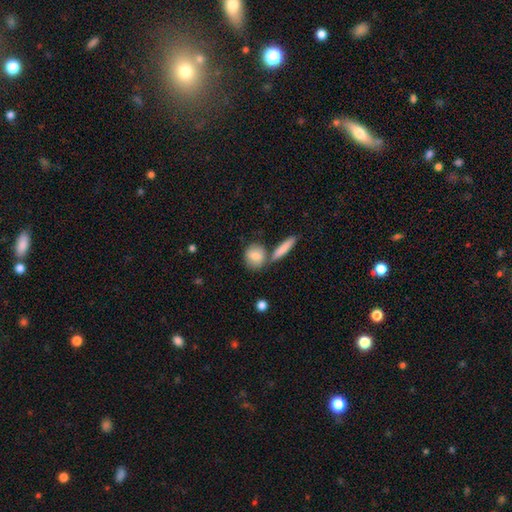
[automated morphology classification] Smooth or featured: smooth — 81% (featured or disk — 12%)
How rounded: round — 60% (in between — 32%)
Merging: none — 62% (merger — 22%)